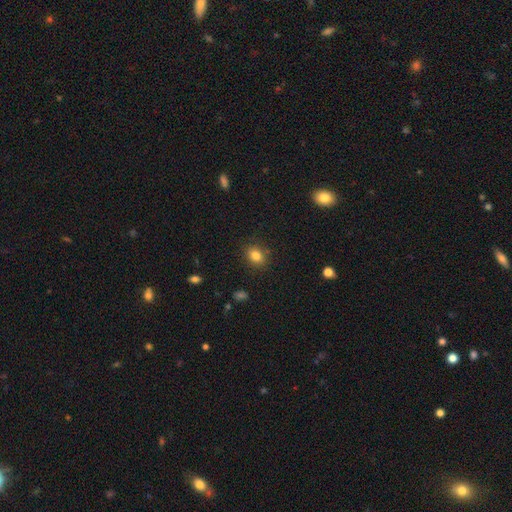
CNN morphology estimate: Smooth or featured? smooth (83%)
How rounded? in between (52%)
Merging? none (86%)